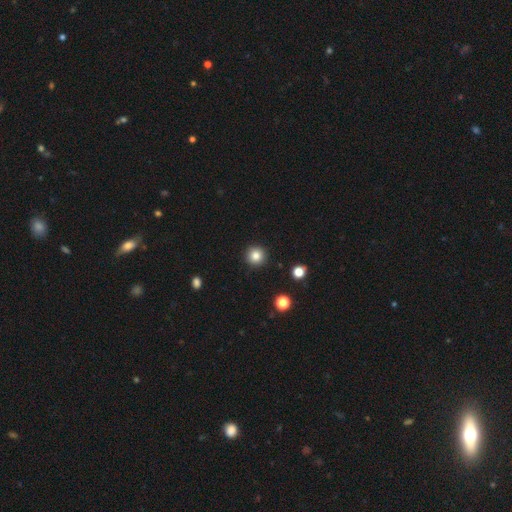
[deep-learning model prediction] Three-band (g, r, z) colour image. It shows a smooth galaxy with no disk features (83%) that is round (96%). Merging: none (92%).